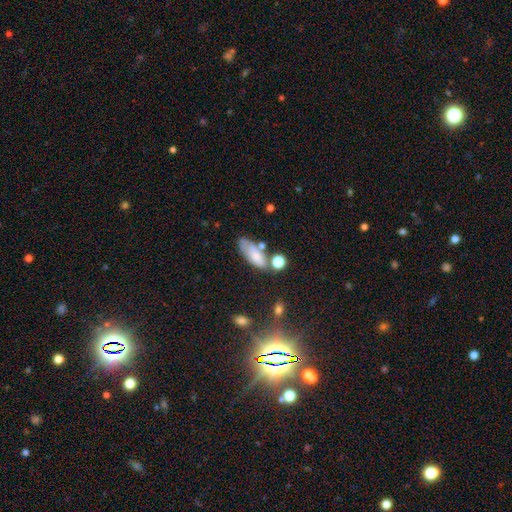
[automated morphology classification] smooth-or-featured: smooth: 69% | featured or disk: 21% | star or artifact: 9%
  how-rounded: in between: 79% | cigar-shaped: 18% | round: 4%
  merging: none: 51% | minor disturbance: 24% | merger: 16% | major disturbance: 10%